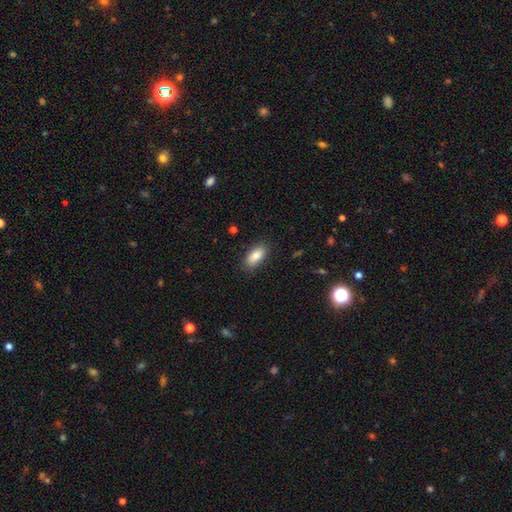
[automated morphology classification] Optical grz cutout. It shows a smooth galaxy with no disk features (82%) that is in between round and cigar-shaped (89%). Merging: none (86%).